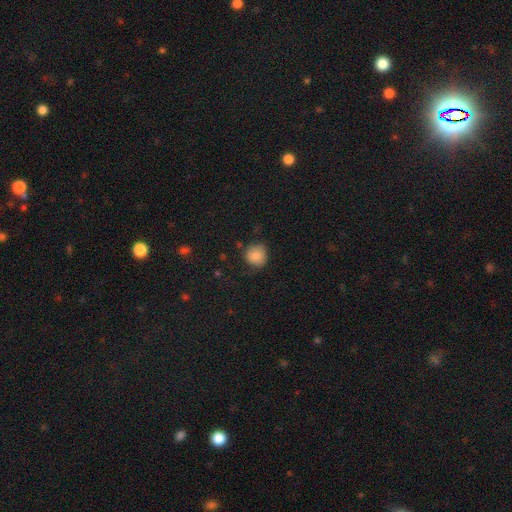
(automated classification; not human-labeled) smooth-or-featured: smooth: 83% | star or artifact: 9% | featured or disk: 8%
  how-rounded: round: 87% | in between: 12% | cigar-shaped: 1%
  merging: none: 73% | minor disturbance: 21% | major disturbance: 5% | merger: 2%